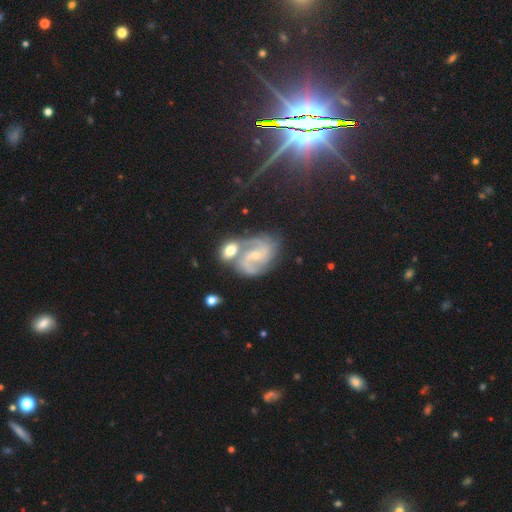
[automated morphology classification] smooth-or-featured: featured or disk: 85% | star or artifact: 8% | smooth: 8%
  disk-edge-on: no: 98% | yes: 2%
    bar: no: 43% (tied) | weak: 43% (tied) | strong: 14%
    has-spiral-arms: yes: 97% | no: 3%
      spiral-winding: medium: 55% | tight: 26% | loose: 19%
      spiral-arm-count: 2: 75% | 3: 11% | can't tell: 6% | 1: 3% | 4: 2% | more than 4: 2%
    bulge-size: small: 65% | moderate: 31% | none: 2% | large: 1% | dominant: 1%
  merging: none: 44% | merger: 35% | minor disturbance: 14% | major disturbance: 7%